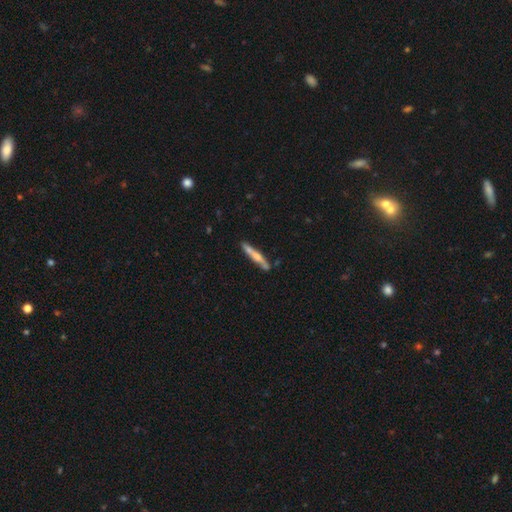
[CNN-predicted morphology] Smooth or featured: featured or disk — 48% (smooth — 46%)
Merging: none — 77% (minor disturbance — 15%)